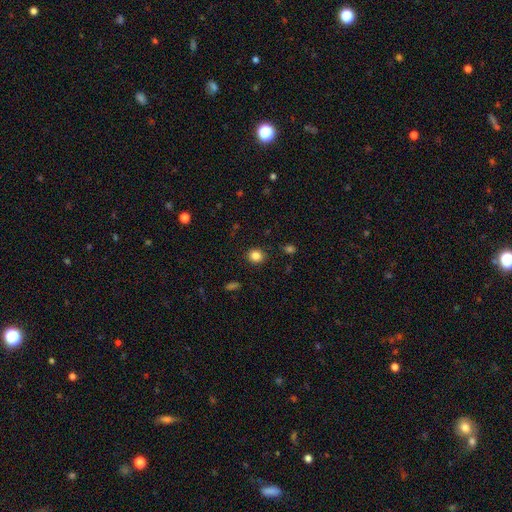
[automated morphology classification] Q: Smooth or featured?
A: smooth (84%); runner-up: star or artifact (11%)
Q: How rounded?
A: round (78%); runner-up: in between (21%)
Q: Merging?
A: none (90%); runner-up: minor disturbance (7%)